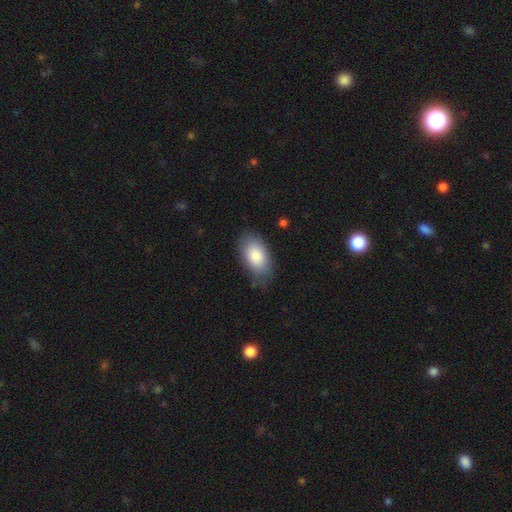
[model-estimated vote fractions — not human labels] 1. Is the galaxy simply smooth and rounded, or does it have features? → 84% smooth, 10% featured or disk, 6% star or artifact.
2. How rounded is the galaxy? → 94% in between, 4% round, 2% cigar-shaped.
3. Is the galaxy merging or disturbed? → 74% none, 19% minor disturbance, 5% major disturbance, 2% merger.